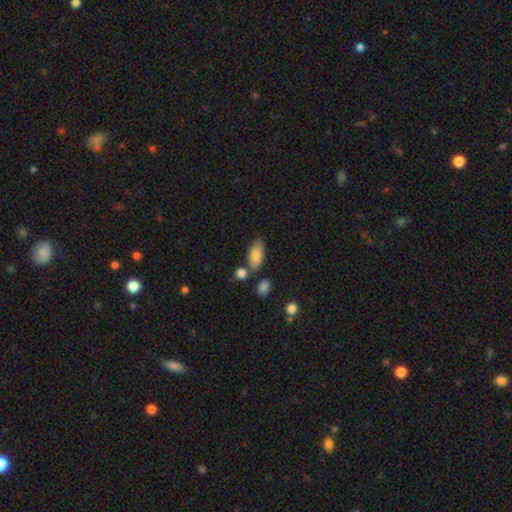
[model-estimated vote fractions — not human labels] Smooth or featured: smooth — 85% (featured or disk — 9%)
How rounded: in between — 89% (cigar-shaped — 8%)
Merging: none — 66% (minor disturbance — 15%)